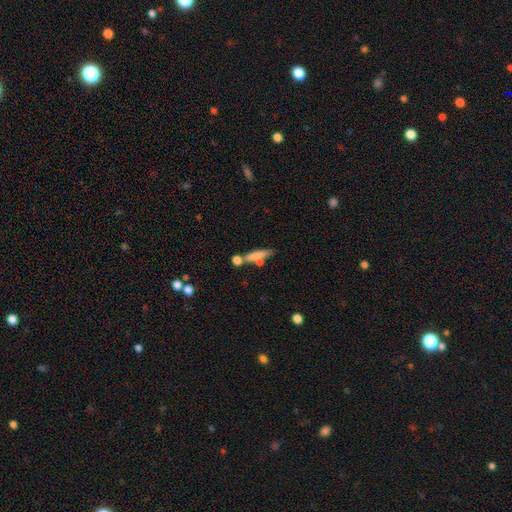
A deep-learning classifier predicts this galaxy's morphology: Q: Smooth or featured?
A: smooth (66%); runner-up: featured or disk (25%)
Q: How rounded?
A: cigar-shaped (78%); runner-up: in between (18%)
Q: Merging?
A: none (49%); runner-up: merger (27%)